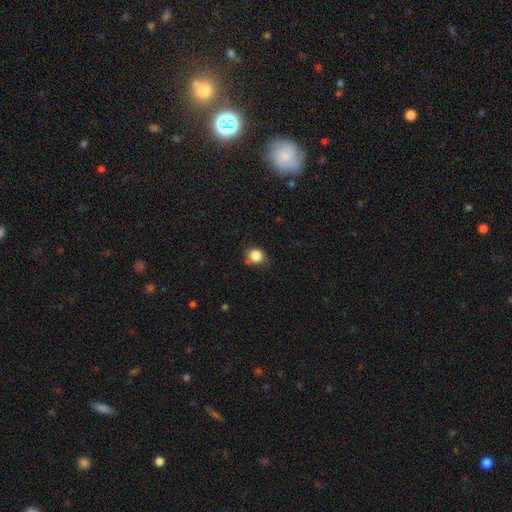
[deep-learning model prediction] smooth_or_featured: smooth (p=0.84) [alt: star or artifact p=0.10]
how_rounded: round (p=0.75) [alt: in between p=0.24]
merging: none (p=0.65) [alt: minor disturbance p=0.26]